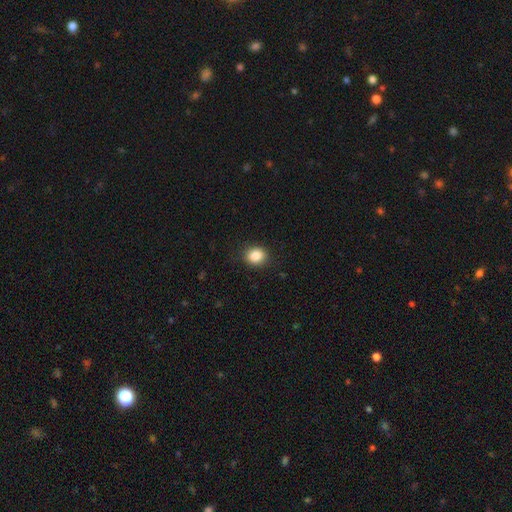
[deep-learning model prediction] Smooth or featured? Predicted: smooth (p=0.86). How rounded? Predicted: round (p=0.64). Merging? Predicted: none (p=0.88).